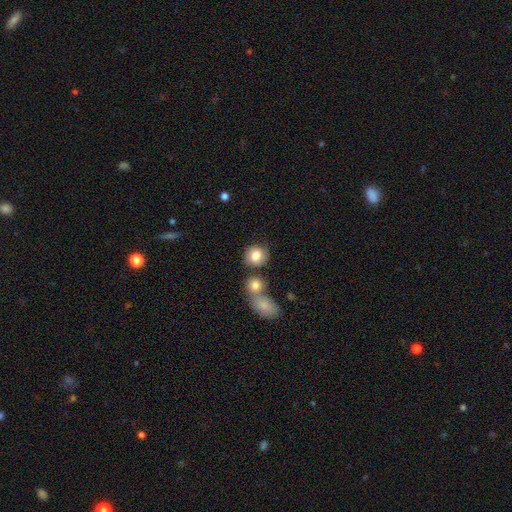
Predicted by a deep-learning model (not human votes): Smooth or featured? smooth (82%)
How rounded? round (79%)
Merging? none (69%)